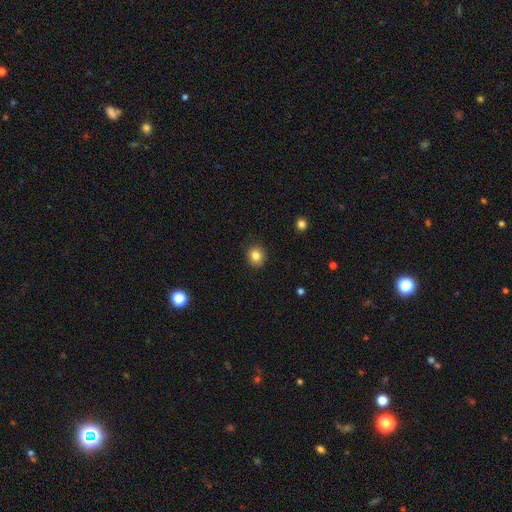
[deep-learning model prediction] Smooth or featured: smooth — 83% (star or artifact — 11%)
How rounded: round — 81% (in between — 18%)
Merging: none — 89% (minor disturbance — 8%)